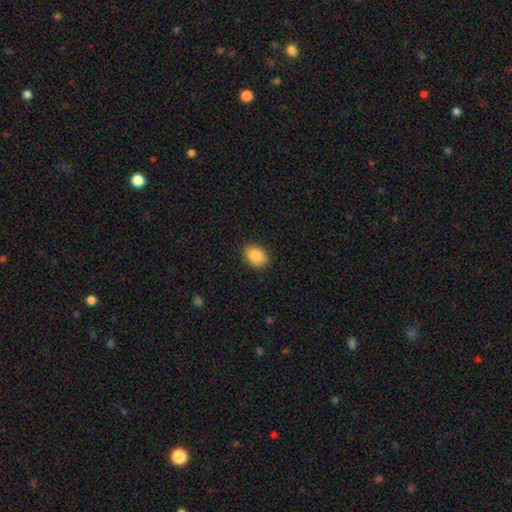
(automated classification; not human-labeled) This appears to be a smooth galaxy with no disk features (89%) that is in between round and cigar-shaped (64%). Merging: none (89%).